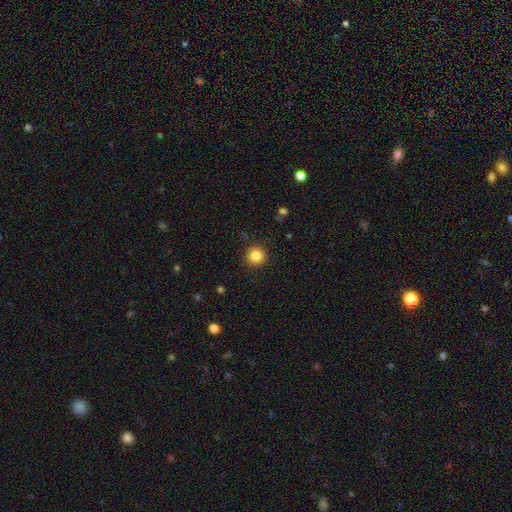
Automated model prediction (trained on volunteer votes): Overall: smooth (82%). How rounded: round (95%). Merging: none (91%).